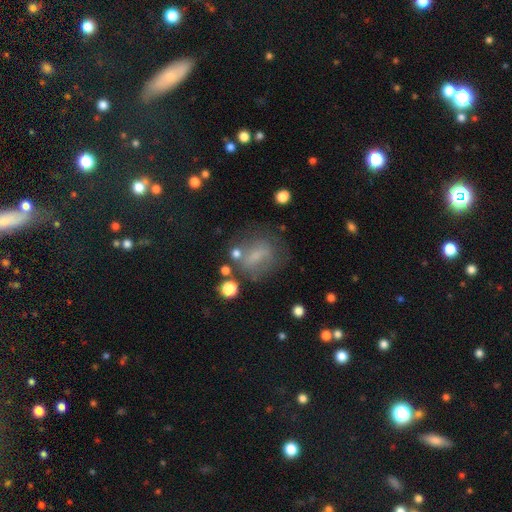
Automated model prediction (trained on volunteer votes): Smooth or featured? Predicted: smooth (p=0.56). How rounded? Predicted: in between (p=0.55). Merging? Predicted: none (p=0.57).